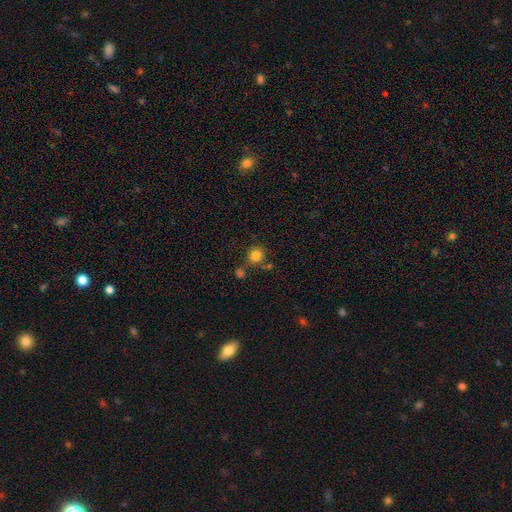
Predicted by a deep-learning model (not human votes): Smooth or featured? Predicted: smooth (p=0.82). How rounded? Predicted: round (p=0.90). Merging? Predicted: none (p=0.72).